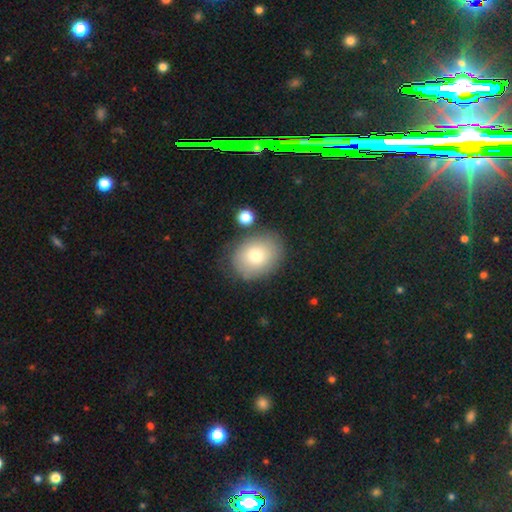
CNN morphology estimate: smooth-or-featured: smooth: 76% | featured or disk: 15% | star or artifact: 9%
  how-rounded: in between: 56% | round: 43% | cigar-shaped: 1%
  merging: none: 74% | minor disturbance: 15% | merger: 6% | major disturbance: 5%